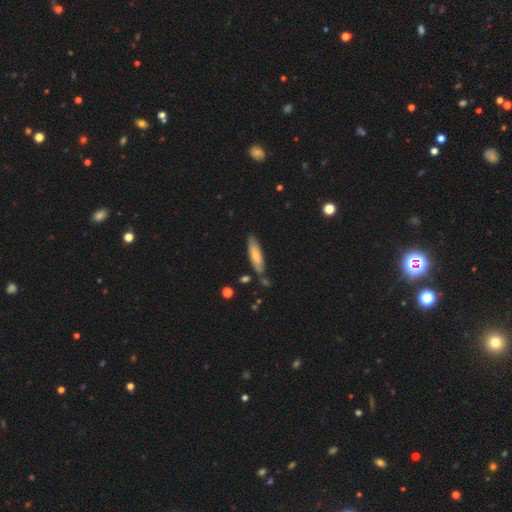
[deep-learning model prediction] Q: Smooth or featured?
A: smooth (65%); runner-up: featured or disk (30%)
Q: How rounded?
A: cigar-shaped (61%); runner-up: in between (37%)
Q: Merging?
A: none (74%); runner-up: minor disturbance (17%)